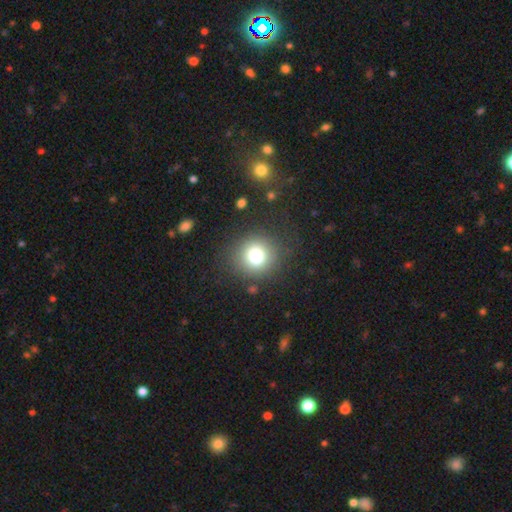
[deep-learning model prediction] Smooth or featured? Predicted: smooth (p=0.77). How rounded? Predicted: round (p=0.89). Merging? Predicted: none (p=0.85).